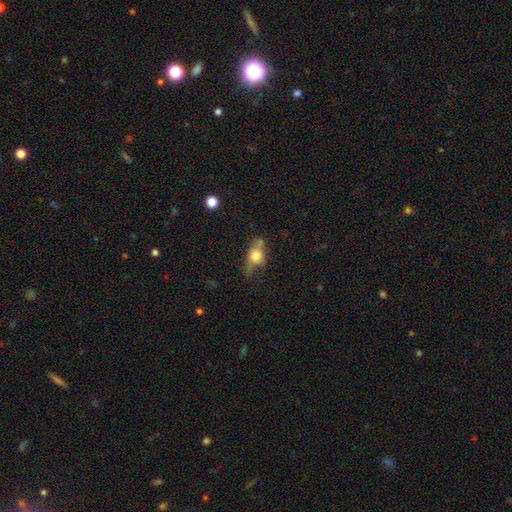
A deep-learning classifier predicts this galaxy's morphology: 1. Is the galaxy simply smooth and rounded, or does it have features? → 58% smooth, 32% featured or disk, 10% star or artifact.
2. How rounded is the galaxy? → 60% in between, 30% round, 10% cigar-shaped.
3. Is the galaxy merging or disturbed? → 46% none, 30% minor disturbance, 16% major disturbance, 8% merger.